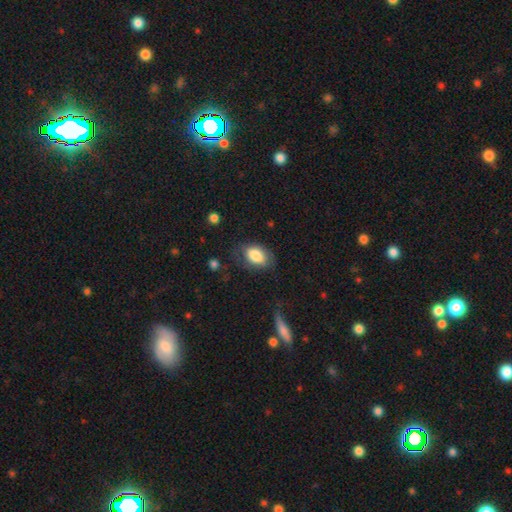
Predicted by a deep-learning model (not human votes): Smooth or featured: smooth — 77% (featured or disk — 16%)
How rounded: in between — 89% (round — 10%)
Merging: none — 64% (minor disturbance — 23%)